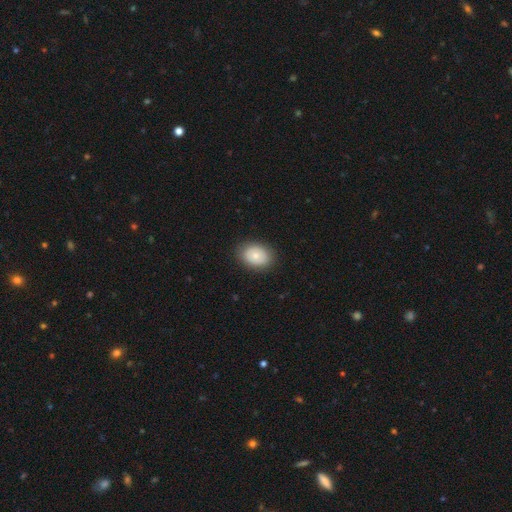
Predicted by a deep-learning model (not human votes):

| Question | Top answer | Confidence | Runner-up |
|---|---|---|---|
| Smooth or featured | smooth | 77% | featured or disk (16%) |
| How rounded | in between | 72% | round (27%) |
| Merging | none | 86% | minor disturbance (10%) |